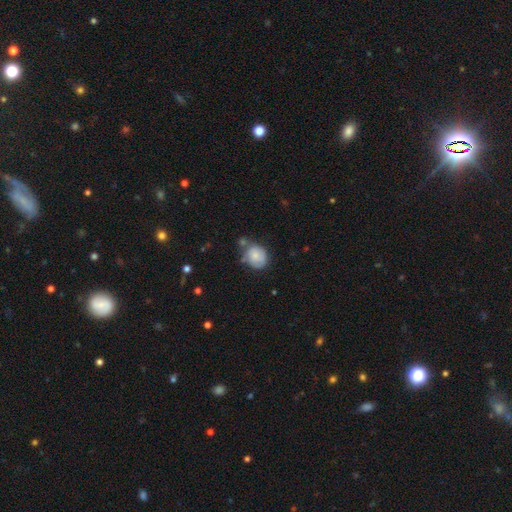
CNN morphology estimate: Overall: smooth (73%). How rounded: round (52%; in between 47%). Merging: none (49%; minor disturbance 27%).